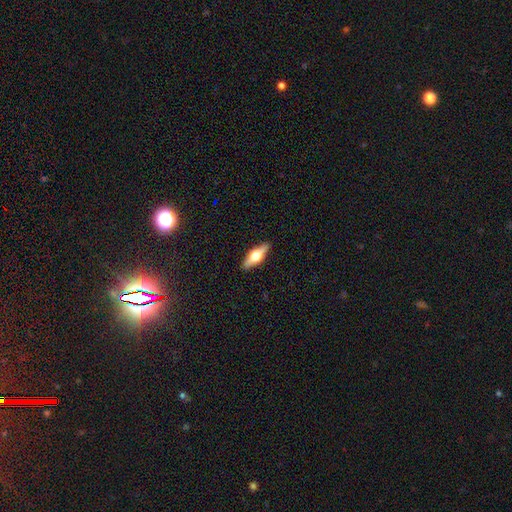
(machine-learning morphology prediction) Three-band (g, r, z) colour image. It shows a featured or disk galaxy (58%) viewed edge-on (94%) with a rounded central bulge (93%). Merging: none (89%).